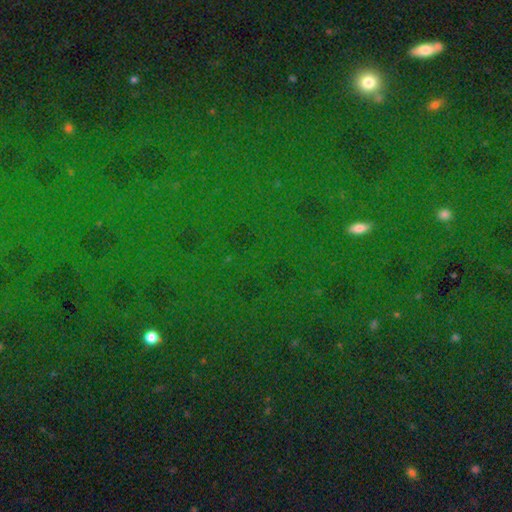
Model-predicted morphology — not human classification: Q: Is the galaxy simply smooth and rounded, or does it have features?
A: star or artifact — 79%.